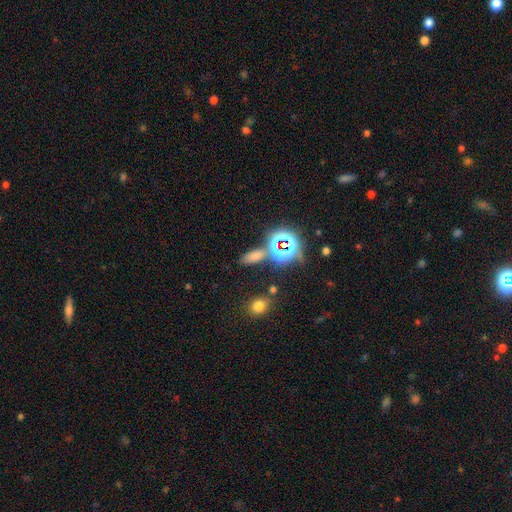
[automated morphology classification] smooth 60%, star or artifact 33%, featured or disk 7%. Down the decision tree: how rounded — in between (69%); merging — none (74%).